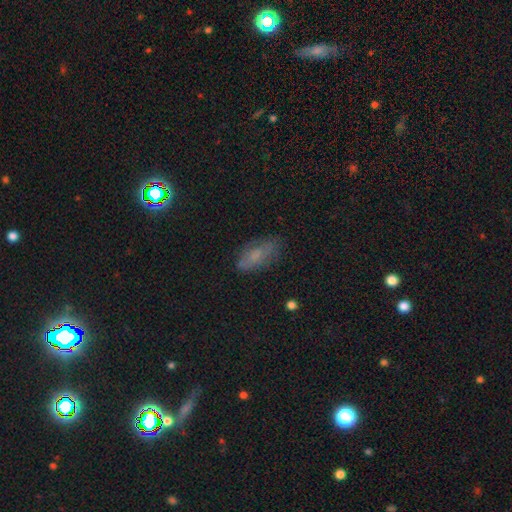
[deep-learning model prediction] smooth-or-featured: smooth: 61% | featured or disk: 23% | star or artifact: 16%
  how-rounded: in between: 84% | cigar-shaped: 12% | round: 4%
  merging: none: 73% | minor disturbance: 20% | major disturbance: 6% | merger: 2%